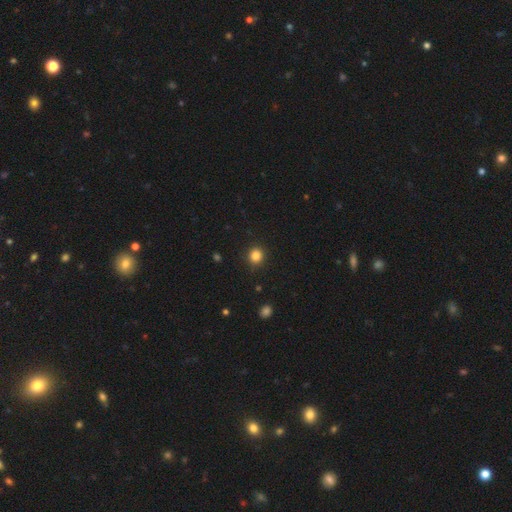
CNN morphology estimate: This is clearly a smooth galaxy (84%). How rounded: clearly round (90%). Merging: clearly none (90%).